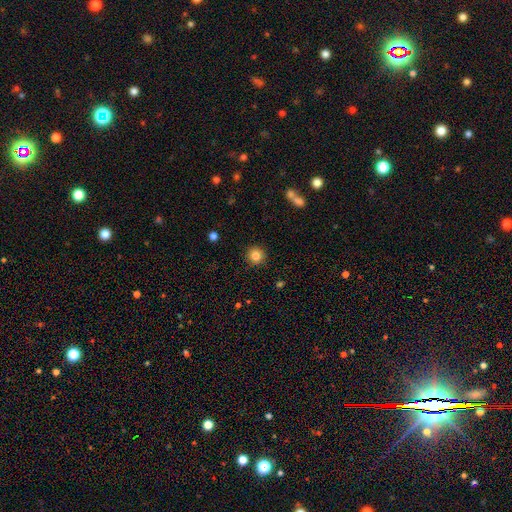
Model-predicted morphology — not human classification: This appears to be a smooth galaxy with no disk features (83%) that is round (94%). Merging: none (91%).